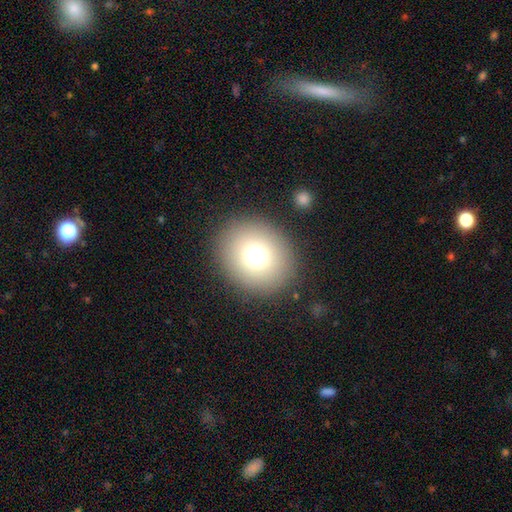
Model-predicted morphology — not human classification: Smooth or featured: smooth — 71% (star or artifact — 17%)
How rounded: round — 81% (in between — 18%)
Merging: none — 88% (minor disturbance — 6%)